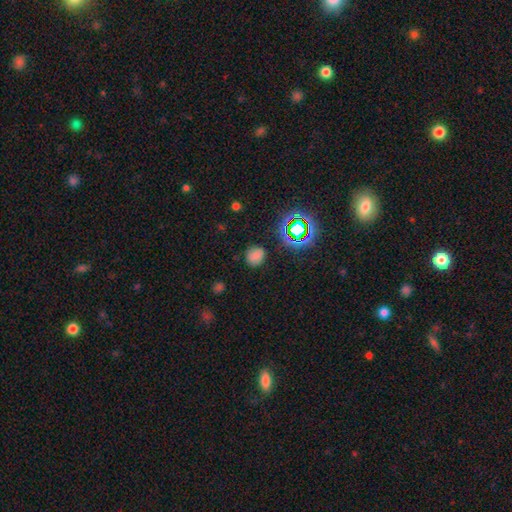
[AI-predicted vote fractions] Smooth or featured? Predicted: smooth (p=0.72). How rounded? Predicted: round (p=0.71). Merging? Predicted: none (p=0.82).